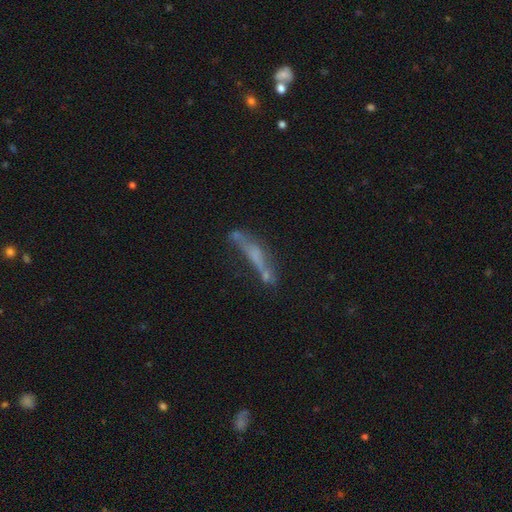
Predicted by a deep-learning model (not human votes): The model was most divided on "smooth or featured": featured or disk: 47%, smooth: 37%, star or artifact: 15%. Remaining: merging — none (36%).